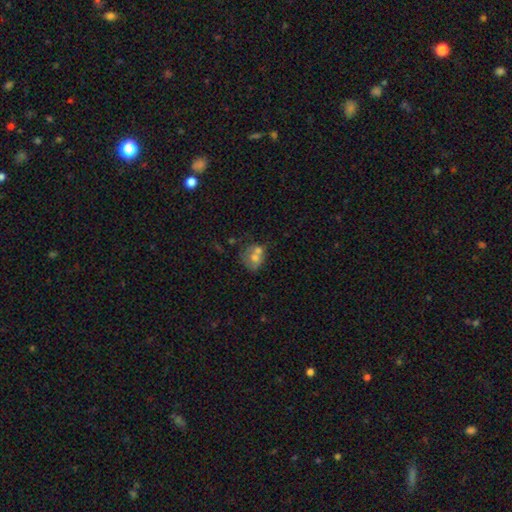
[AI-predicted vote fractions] This appears to be a smooth galaxy with no disk features (60%) that is round (61%). Merging: merger (51%).